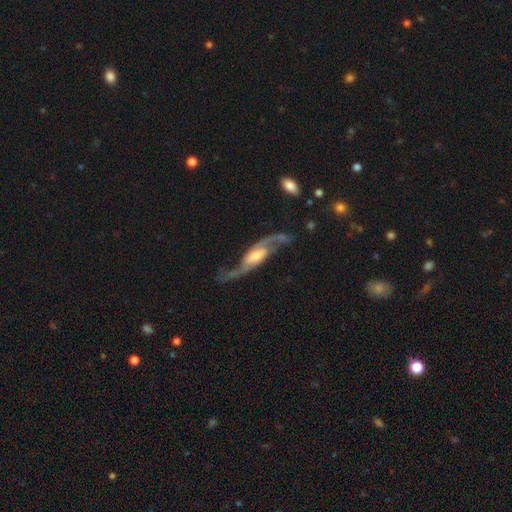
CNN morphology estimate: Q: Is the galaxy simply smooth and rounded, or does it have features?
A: featured or disk — 89%.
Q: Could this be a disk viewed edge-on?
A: no — 88%.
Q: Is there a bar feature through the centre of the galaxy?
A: weak — 44%.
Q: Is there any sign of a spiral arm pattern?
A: yes — 97%.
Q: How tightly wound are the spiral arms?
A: loose — 62%.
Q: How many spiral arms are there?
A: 2 — 93%.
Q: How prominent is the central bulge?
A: moderate — 44%.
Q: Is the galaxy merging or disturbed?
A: none — 70%.